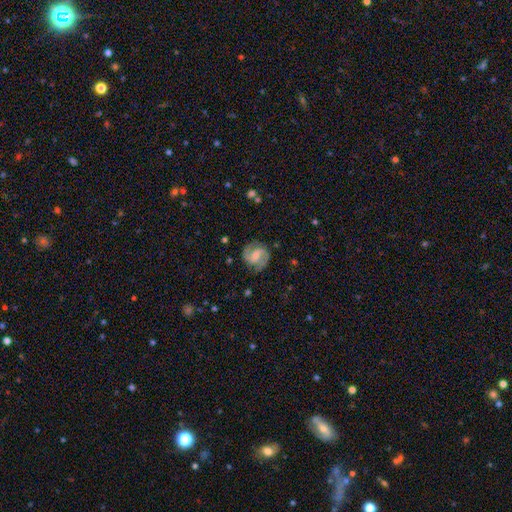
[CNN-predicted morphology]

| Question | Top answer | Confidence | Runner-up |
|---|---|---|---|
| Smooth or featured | featured or disk | 86% | smooth (9%) |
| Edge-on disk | no | 98% | yes (2%) |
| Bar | weak | 49% | no (33%) |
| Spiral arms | yes | 97% | no (3%) |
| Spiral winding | medium | 54% | tight (33%) |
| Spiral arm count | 2 | 92% | can't tell (3%) |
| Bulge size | small | 42% | moderate (41%) |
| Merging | none | 82% | minor disturbance (12%) |